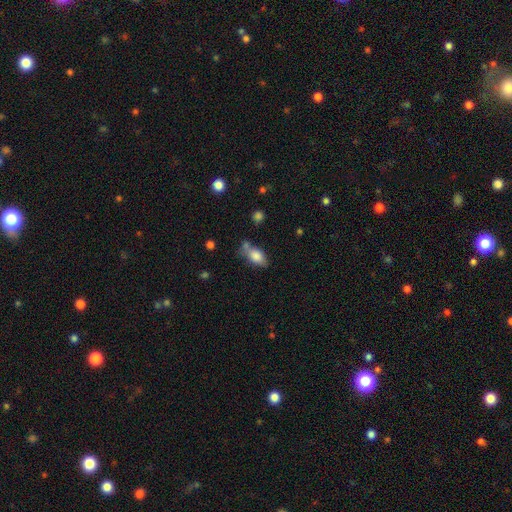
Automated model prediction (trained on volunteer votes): smooth_or_featured: smooth (p=0.80) [alt: featured or disk p=0.12]
how_rounded: in between (p=0.87) [alt: round p=0.06]
merging: none (p=0.52) [alt: minor disturbance p=0.24]